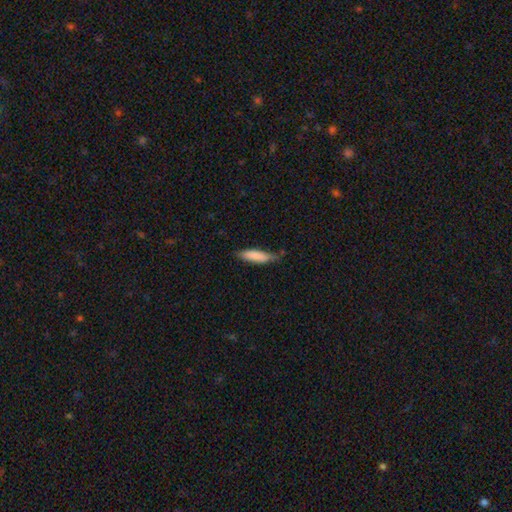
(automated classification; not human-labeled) Q: Smooth or featured?
A: smooth (82%); runner-up: featured or disk (12%)
Q: How rounded?
A: cigar-shaped (68%); runner-up: in between (30%)
Q: Merging?
A: none (63%); runner-up: minor disturbance (29%)